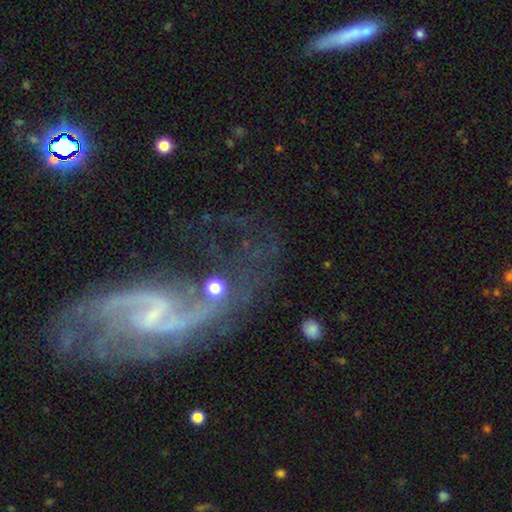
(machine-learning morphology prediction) smooth-or-featured: featured or disk: 83% | star or artifact: 10% | smooth: 7%
  disk-edge-on: no: 95% | yes: 5%
    bar: weak: 49% | no: 27% | strong: 24%
    has-spiral-arms: yes: 91% | no: 9%
      spiral-winding: loose: 59% | medium: 31% | tight: 11%
      spiral-arm-count: 2: 79% | can't tell: 8% | 1: 4% | 3: 4% | 4: 3% | more than 4: 3%
    bulge-size: small: 59% | none: 24% | moderate: 14% | large: 2% | dominant: 1%
  merging: none: 45% | major disturbance: 26% | minor disturbance: 18% | merger: 11%